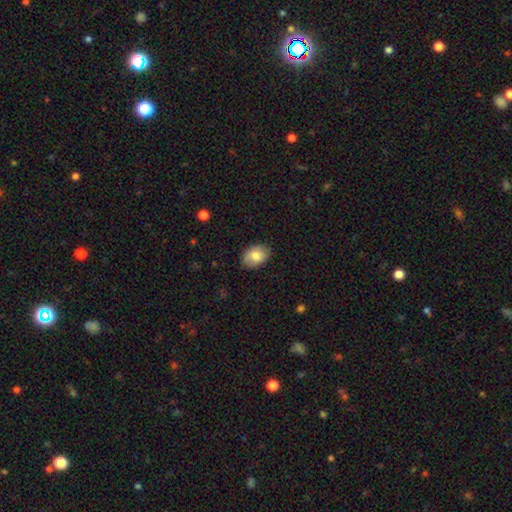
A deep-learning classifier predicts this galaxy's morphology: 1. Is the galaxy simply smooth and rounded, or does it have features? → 79% smooth, 14% featured or disk, 7% star or artifact.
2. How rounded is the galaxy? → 80% in between, 19% round, 1% cigar-shaped.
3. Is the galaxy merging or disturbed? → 83% none, 13% minor disturbance, 3% major disturbance, 1% merger.